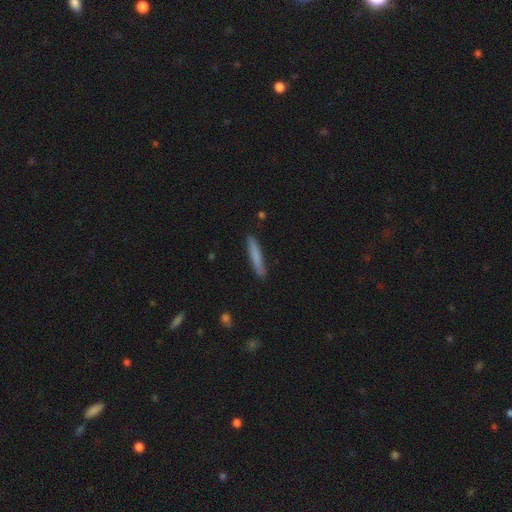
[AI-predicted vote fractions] Smooth or featured? Predicted: smooth (p=0.76). How rounded? Predicted: cigar-shaped (p=0.94). Merging? Predicted: none (p=0.88).